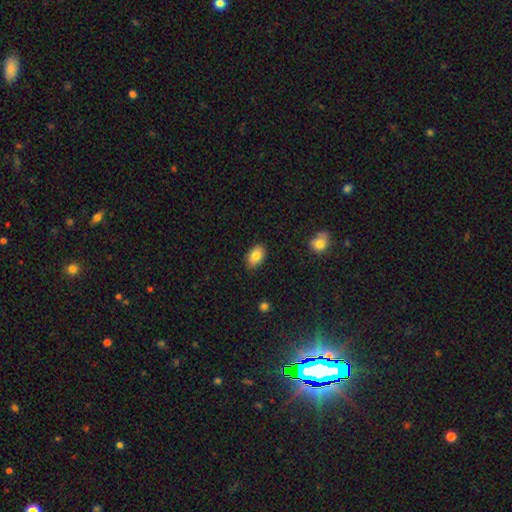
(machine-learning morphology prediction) type=smooth (84%); roundness=in between (90%); merging=none (86%).